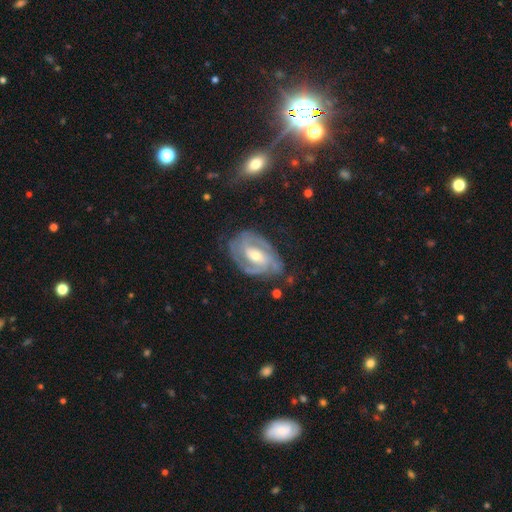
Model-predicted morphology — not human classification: smooth-or-featured: featured or disk: 88% | smooth: 8% | star or artifact: 5%
  disk-edge-on: no: 97% | yes: 3%
    bar: weak: 45% | no: 28% | strong: 27%
    has-spiral-arms: yes: 95% | no: 5%
      spiral-winding: tight: 58% | medium: 34% | loose: 7%
      spiral-arm-count: 2: 54% | 3: 21% | can't tell: 15% | 4: 4% | 1: 4% | more than 4: 3%
    bulge-size: moderate: 59% | small: 36% | large: 3% | none: 1% | dominant: 1%
  merging: none: 69% | minor disturbance: 21% | major disturbance: 8% | merger: 2%